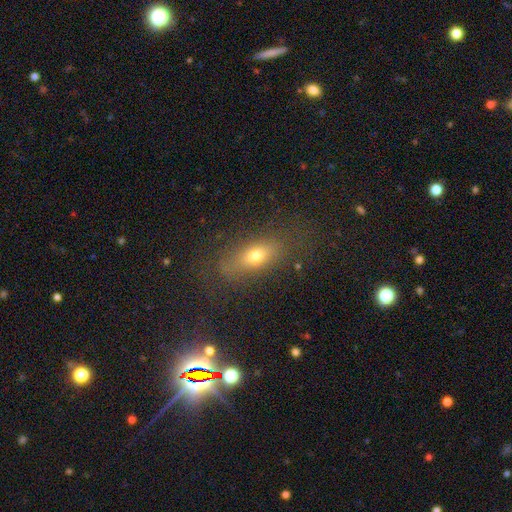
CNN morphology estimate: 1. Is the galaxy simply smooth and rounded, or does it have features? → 63% smooth, 20% featured or disk, 16% star or artifact.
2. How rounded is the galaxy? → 70% in between, 21% cigar-shaped, 9% round.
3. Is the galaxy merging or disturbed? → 76% none, 15% minor disturbance, 7% major disturbance, 2% merger.